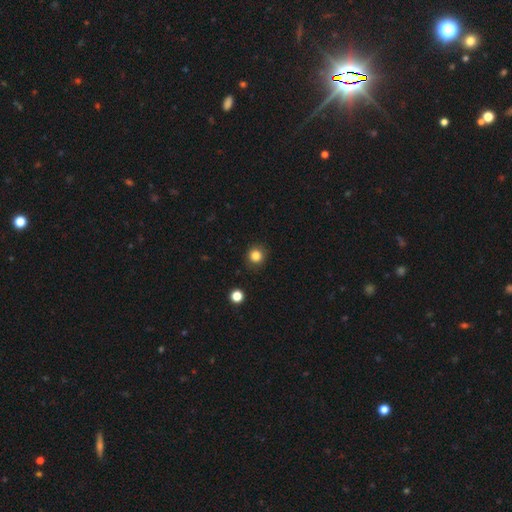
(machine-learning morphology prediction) type=smooth (83%); roundness=round (91%); merging=none (88%).